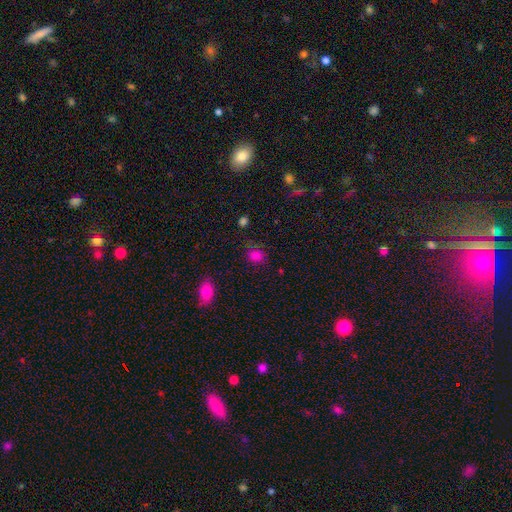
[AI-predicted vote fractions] Smooth or featured? Predicted: smooth (p=0.81). How rounded? Predicted: round (p=0.62). Merging? Predicted: none (p=0.73).